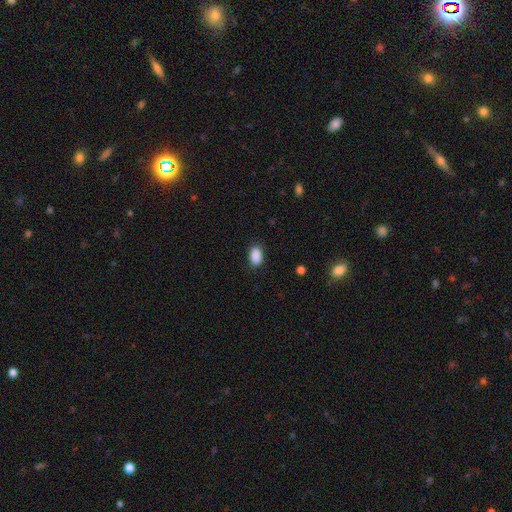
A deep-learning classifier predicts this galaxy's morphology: Overall: smooth (89%). How rounded: in between (88%). Merging: none (85%).